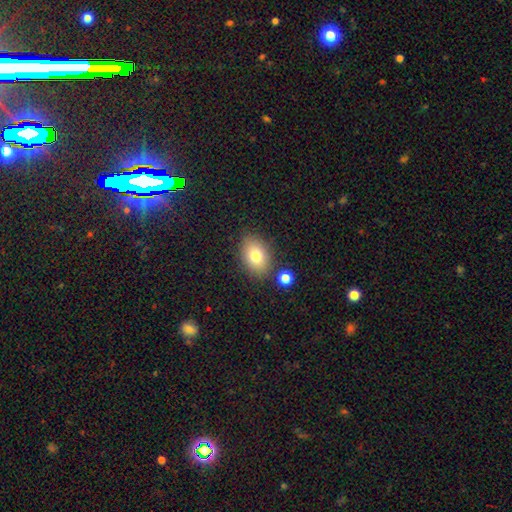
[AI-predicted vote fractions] Q: Smooth or featured?
A: smooth (78%); runner-up: featured or disk (12%)
Q: How rounded?
A: in between (79%); runner-up: round (20%)
Q: Merging?
A: none (81%); runner-up: minor disturbance (11%)